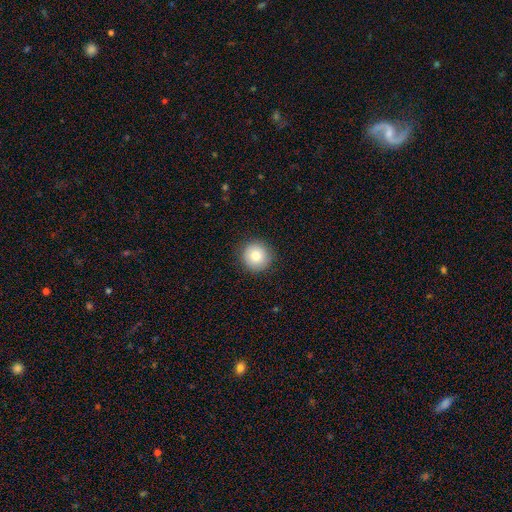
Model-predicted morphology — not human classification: smooth 81%, featured or disk 10%, star or artifact 9%. Down the decision tree: how rounded — round (95%); merging — none (90%).